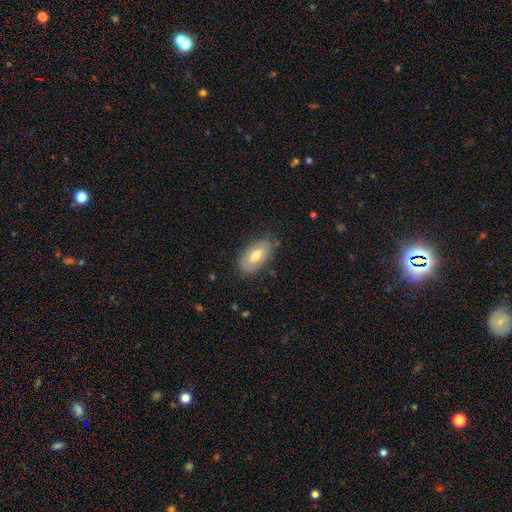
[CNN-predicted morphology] This is possibly a smooth galaxy (59%). How rounded: clearly in between (91%). Merging: likely none (79%).